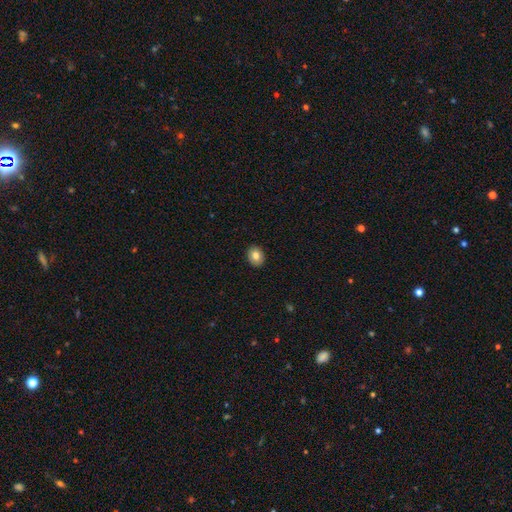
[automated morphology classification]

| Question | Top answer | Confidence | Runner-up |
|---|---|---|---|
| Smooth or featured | smooth | 80% | featured or disk (12%) |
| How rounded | round | 55% | in between (44%) |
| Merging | none | 91% | minor disturbance (6%) |